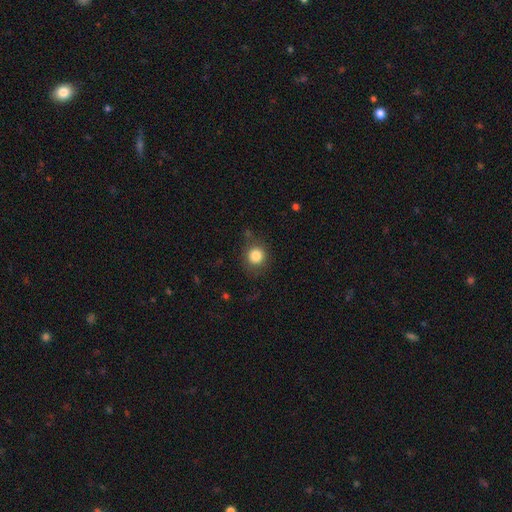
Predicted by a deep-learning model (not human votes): Overall: smooth (83%). How rounded: round (88%). Merging: none (79%).